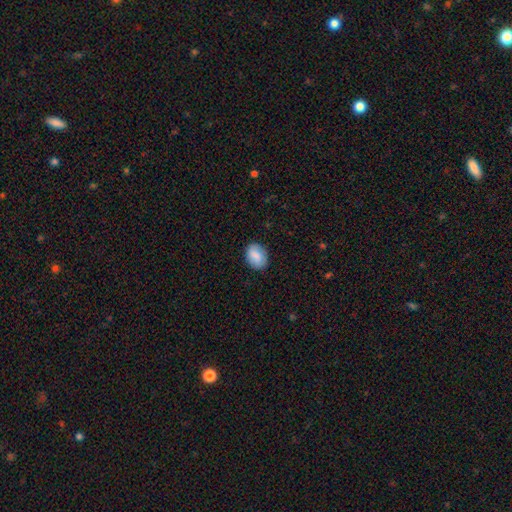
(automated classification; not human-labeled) Morphology: type=smooth (85%); roundness=in between (76%); merging=none (84%).